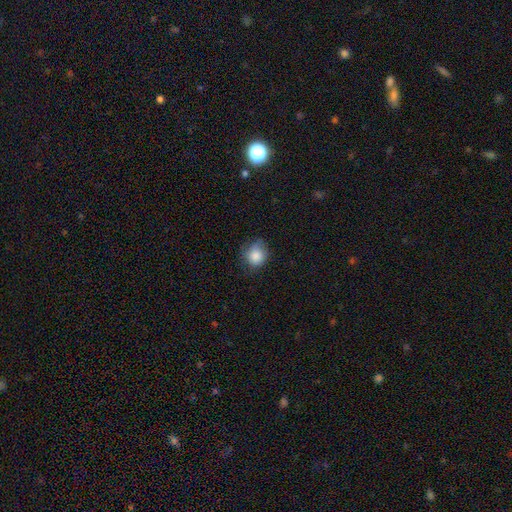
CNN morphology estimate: A smooth galaxy with no disk features (84%) that is round (69%). Merging: none (55%).